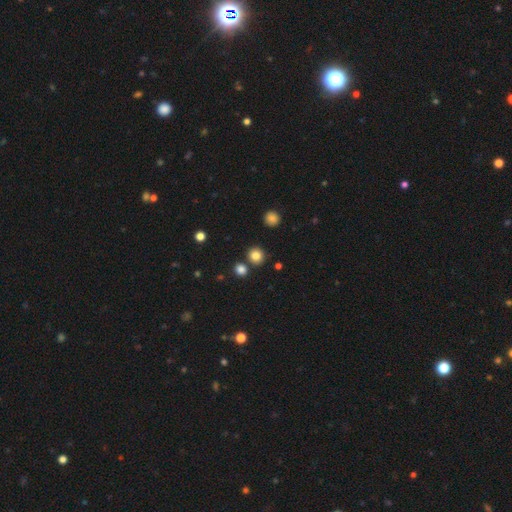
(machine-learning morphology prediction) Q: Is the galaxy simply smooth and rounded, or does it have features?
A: smooth — 82%.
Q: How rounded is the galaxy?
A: round — 90%.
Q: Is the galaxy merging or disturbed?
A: none — 82%.